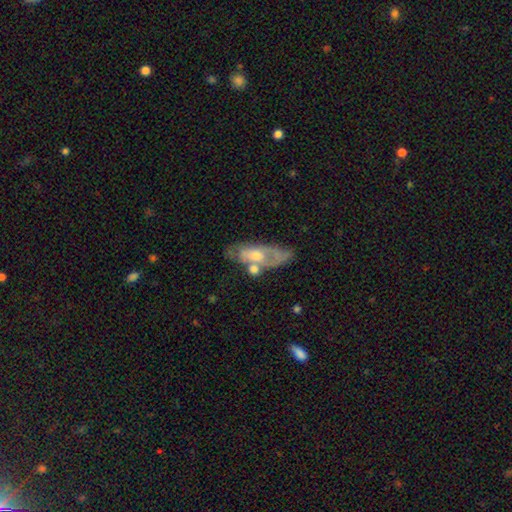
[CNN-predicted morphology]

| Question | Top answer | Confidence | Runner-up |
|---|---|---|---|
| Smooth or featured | featured or disk | 58% | smooth (35%) |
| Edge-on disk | no | 82% | yes (18%) |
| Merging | none | 44% | minor disturbance (23%) |